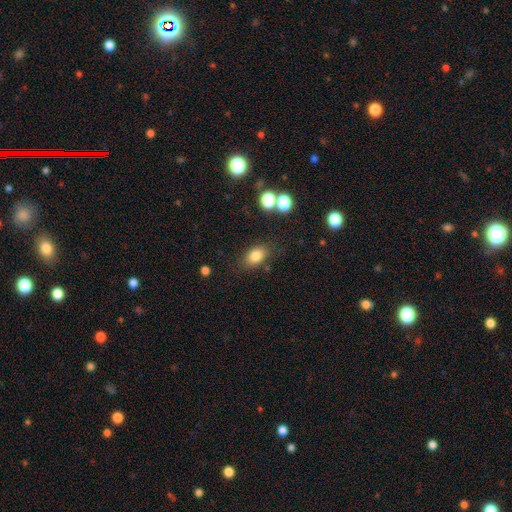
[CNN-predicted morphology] Q: Smooth or featured?
A: smooth (81%); runner-up: star or artifact (10%)
Q: How rounded?
A: in between (82%); runner-up: round (16%)
Q: Merging?
A: none (79%); runner-up: minor disturbance (13%)